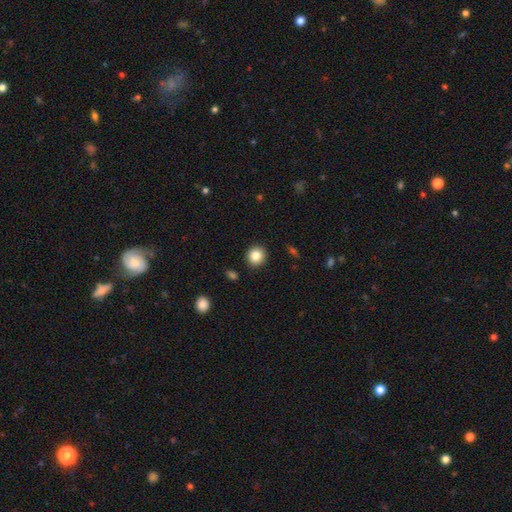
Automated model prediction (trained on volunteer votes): Smooth or featured? Predicted: smooth (p=0.84). How rounded? Predicted: round (p=0.88). Merging? Predicted: none (p=0.91).